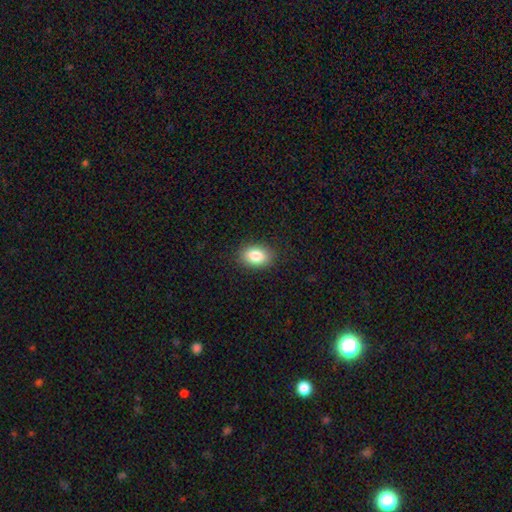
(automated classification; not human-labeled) A smooth galaxy with no disk features (85%) that is in between round and cigar-shaped (82%).

Vote fractions:
- Smooth or featured? smooth: 85% / star or artifact: 8% / featured or disk: 7%
- How rounded? in between: 82% / round: 17% / cigar-shaped: 1%
- Merging? none: 88% / minor disturbance: 9% / major disturbance: 2% / merger: 1%